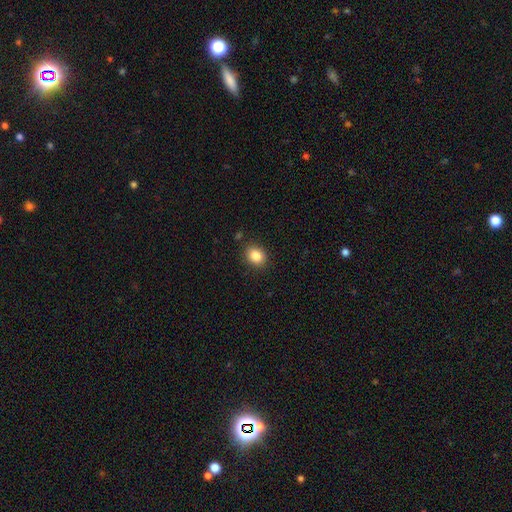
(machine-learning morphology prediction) smooth_or_featured: smooth (p=0.85) [alt: star or artifact p=0.10]
how_rounded: round (p=0.53) [alt: in between p=0.46]
merging: none (p=0.87) [alt: minor disturbance p=0.09]